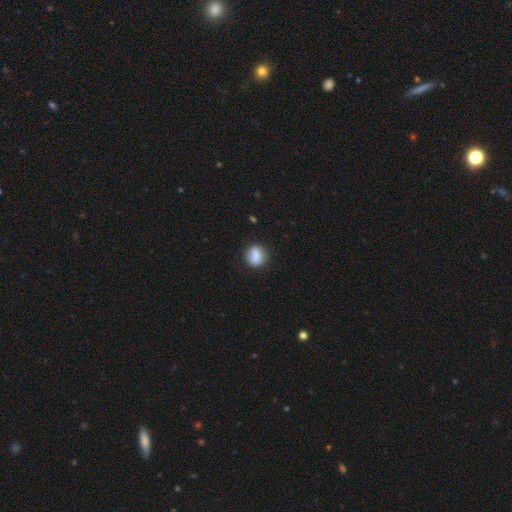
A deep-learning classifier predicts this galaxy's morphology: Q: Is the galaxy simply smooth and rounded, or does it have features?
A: smooth — 82%.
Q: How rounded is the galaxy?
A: round — 68%.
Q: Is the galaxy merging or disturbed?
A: none — 83%.